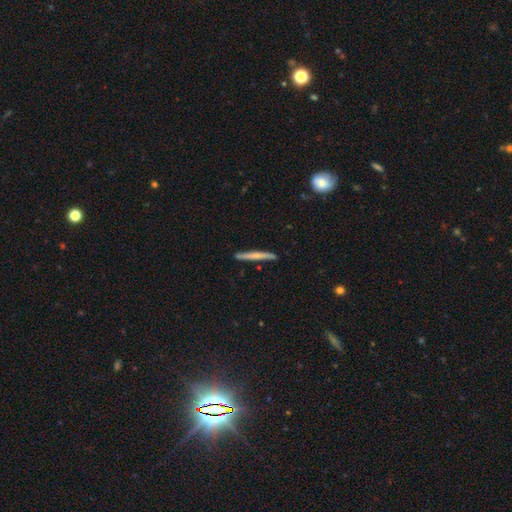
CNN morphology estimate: This is possibly a smooth galaxy (55%). How rounded: clearly cigar-shaped (96%). Merging: clearly none (88%).